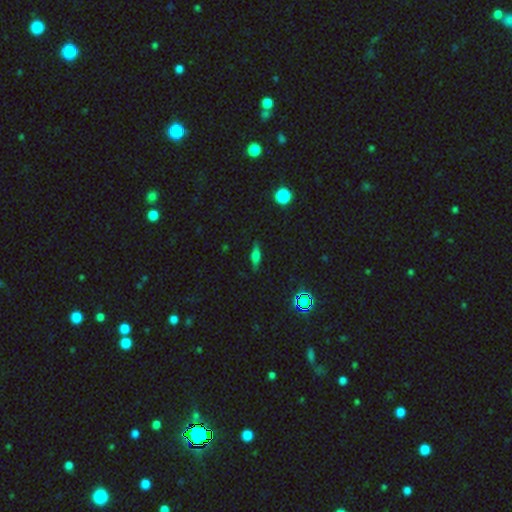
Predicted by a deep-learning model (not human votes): Morphology: type=smooth (45%); merging=none (85%).